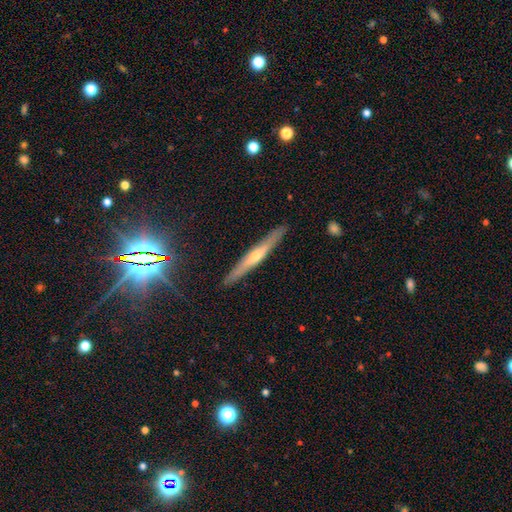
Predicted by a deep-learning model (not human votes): Q: Smooth or featured?
A: featured or disk (64%); runner-up: smooth (26%)
Q: Edge-on disk?
A: yes (95%); runner-up: no (5%)
Q: Edge-on bulge?
A: rounded (69%); runner-up: none (27%)
Q: Merging?
A: none (90%); runner-up: minor disturbance (8%)